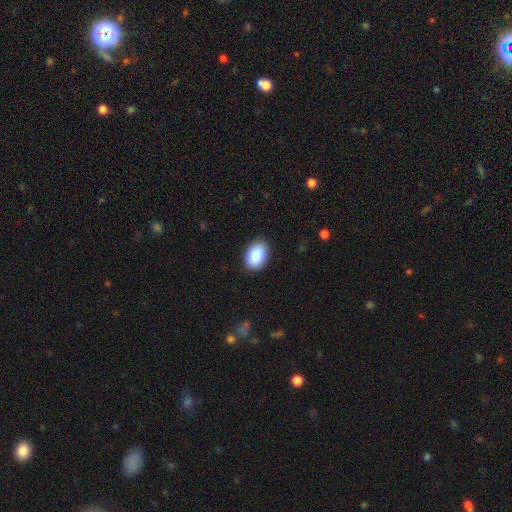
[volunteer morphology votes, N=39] Overall: smooth (92%). How rounded: in between (89%). Merging: none (92%).